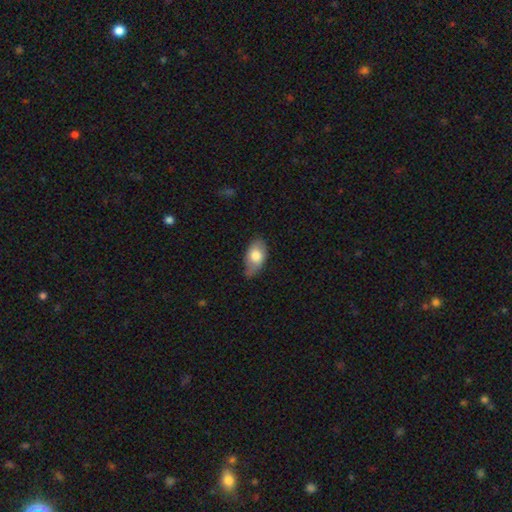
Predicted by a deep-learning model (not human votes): Morphology: type=smooth (75%); roundness=in between (92%); merging=none (59%).